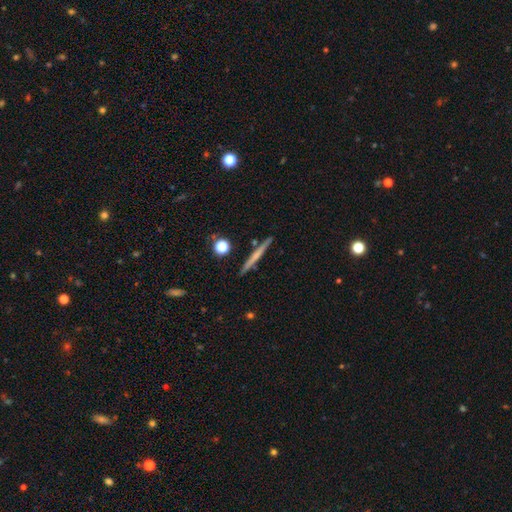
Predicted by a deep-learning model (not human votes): smooth-or-featured: featured or disk: 51% | smooth: 42% | star or artifact: 7%
  disk-edge-on: yes: 97% | no: 3%
  merging: none: 90% | minor disturbance: 7% | merger: 2% | major disturbance: 1%